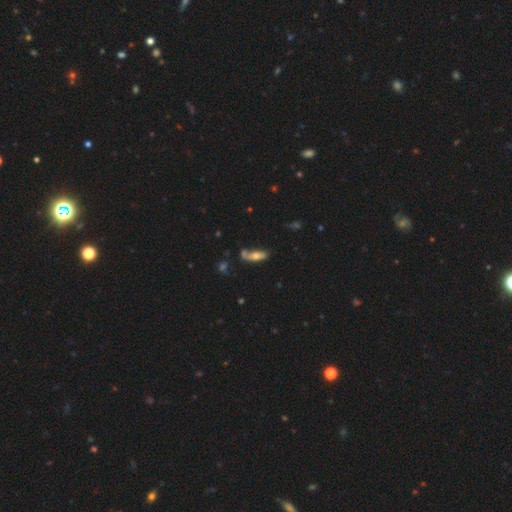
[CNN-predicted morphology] Smooth or featured? smooth (57%)
How rounded? in between (61%)
Merging? none (49%)